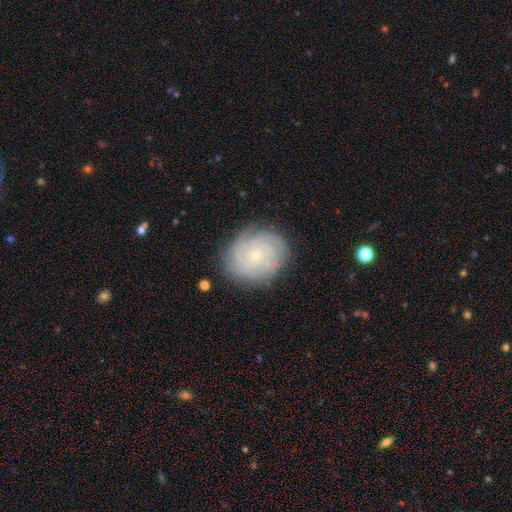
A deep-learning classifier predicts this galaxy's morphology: Smooth or featured? featured or disk (73%)
Edge-on disk? no (98%)
Bar? no (82%)
Spiral arms? yes (93%)
Spiral winding? tight (79%)
Spiral arm count? can't tell (40%)
Bulge size? small (75%)
Merging? none (82%)